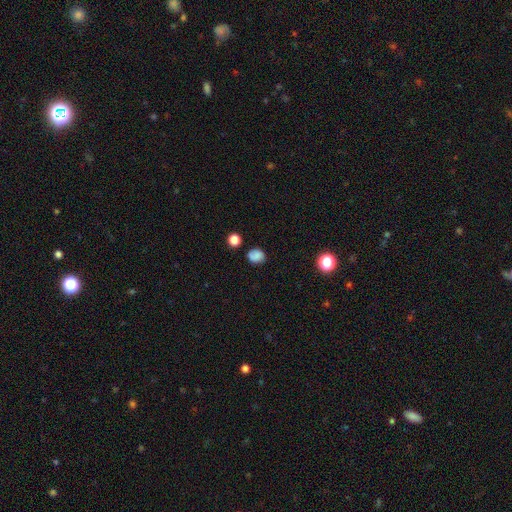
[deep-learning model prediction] Smooth or featured?
  - smooth: 78% *
  - star or artifact: 13%
  - featured or disk: 10%
How rounded?
  - round: 63% *
  - in between: 36%
  - cigar-shaped: 1%
Merging?
  - none: 73% *
  - minor disturbance: 18%
  - major disturbance: 5%
  - merger: 5%